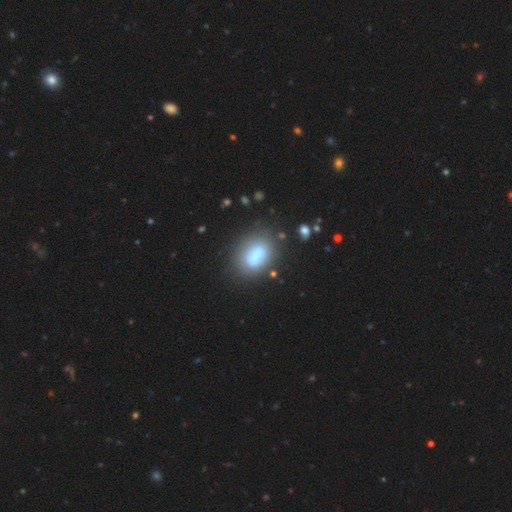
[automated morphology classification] This appears to be a smooth galaxy with no disk features (71%) that is in between round and cigar-shaped (73%). Merging: none (56%).